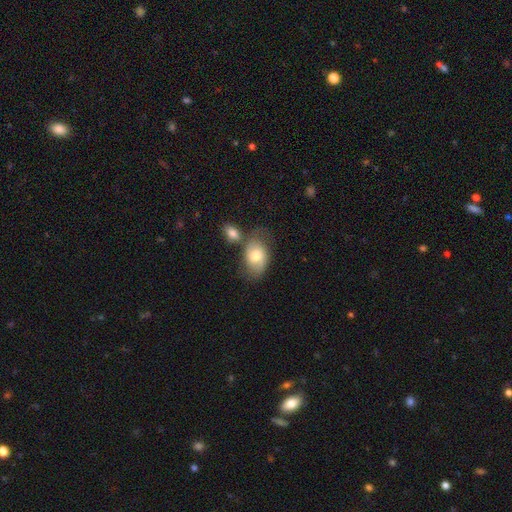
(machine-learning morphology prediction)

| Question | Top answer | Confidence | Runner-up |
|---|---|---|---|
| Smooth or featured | smooth | 61% | featured or disk (32%) |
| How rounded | in between | 85% | round (13%) |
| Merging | none | 49% | merger (22%) |